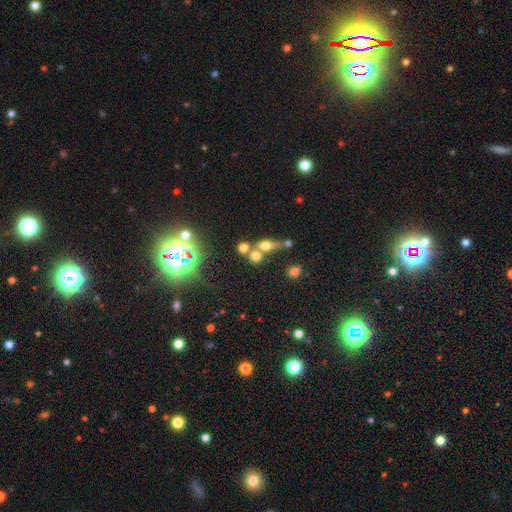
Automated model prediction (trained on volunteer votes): Morphology: type=smooth (56%); roundness=round (71%); merging=merger (48%).